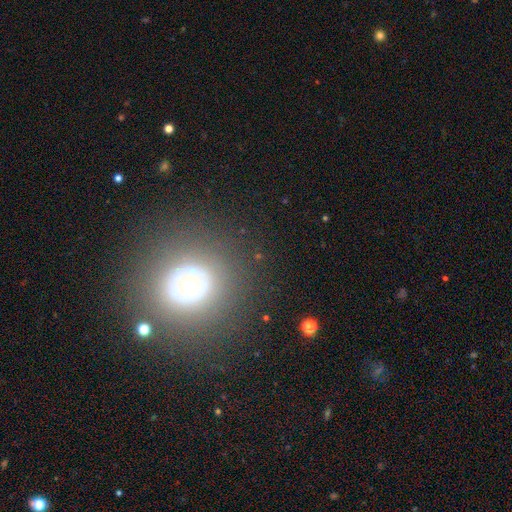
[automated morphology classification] Overall: featured or disk (38%; smooth 36%). Merging: none (82%).